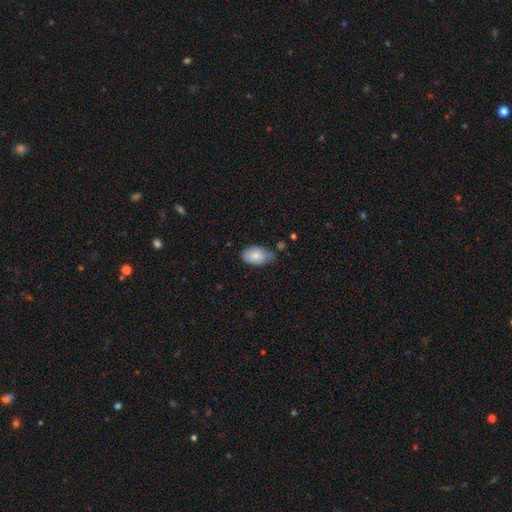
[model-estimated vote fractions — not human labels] Smooth or featured? smooth (81%)
How rounded? in between (90%)
Merging? none (53%)